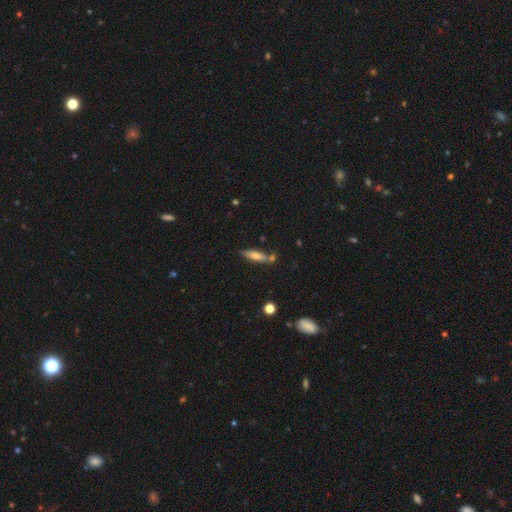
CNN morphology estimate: smooth-or-featured: smooth: 63% | featured or disk: 29% | star or artifact: 8%
  how-rounded: cigar-shaped: 66% | in between: 32% | round: 2%
  merging: none: 70% | minor disturbance: 14% | merger: 13% | major disturbance: 3%